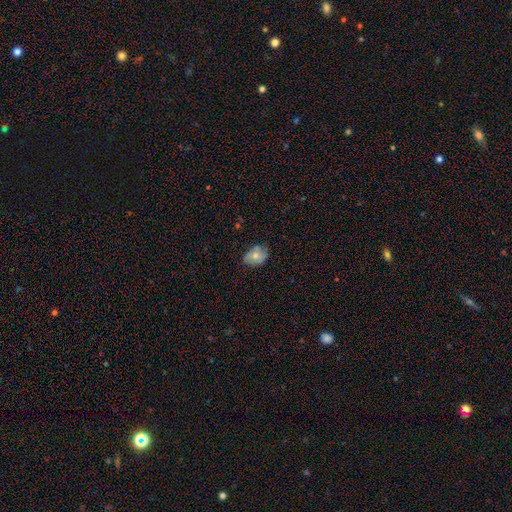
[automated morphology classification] smooth 63%, featured or disk 28%, star or artifact 9%. Down the decision tree: how rounded — in between (71%); merging — none (66%).